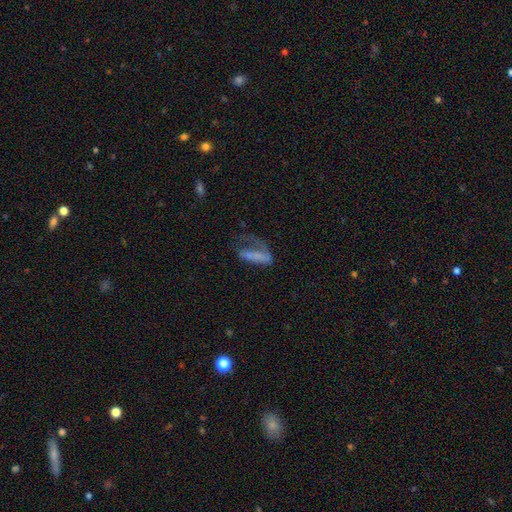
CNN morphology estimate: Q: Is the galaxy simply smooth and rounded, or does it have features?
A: featured or disk — 46%.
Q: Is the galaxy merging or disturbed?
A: major disturbance — 54%.